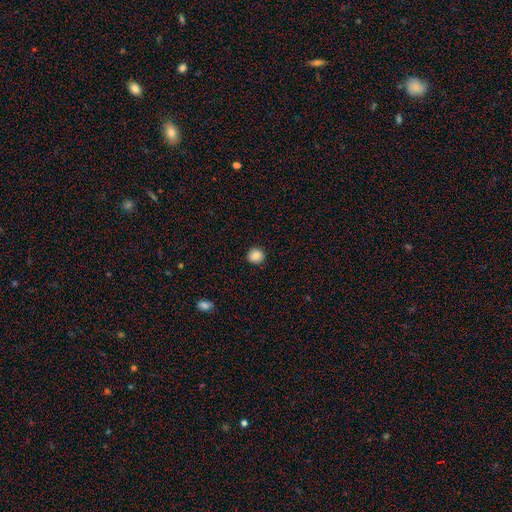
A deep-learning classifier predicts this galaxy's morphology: smooth-or-featured: smooth: 84% | star or artifact: 9% | featured or disk: 7%
  how-rounded: round: 91% | in between: 8% | cigar-shaped: 1%
  merging: none: 91% | minor disturbance: 7% | major disturbance: 2% | merger: 1%